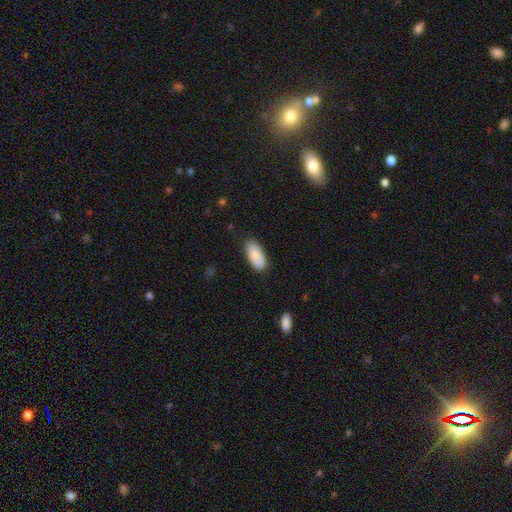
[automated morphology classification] Smooth or featured?
  - smooth: 84% *
  - featured or disk: 10%
  - star or artifact: 6%
How rounded?
  - in between: 91% *
  - cigar-shaped: 7%
  - round: 2%
Merging?
  - none: 82% *
  - minor disturbance: 15%
  - major disturbance: 3%
  - merger: 1%